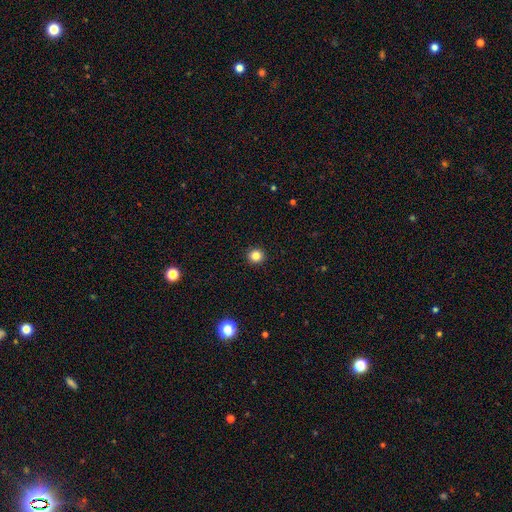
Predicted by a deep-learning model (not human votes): Smooth or featured? smooth (83%)
How rounded? round (94%)
Merging? none (93%)